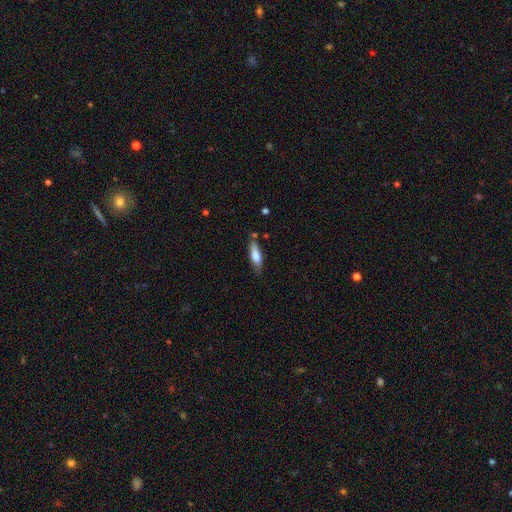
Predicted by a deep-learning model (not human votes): This is likely a smooth galaxy (71%). How rounded: possibly cigar-shaped (57%). Merging: likely none (73%).